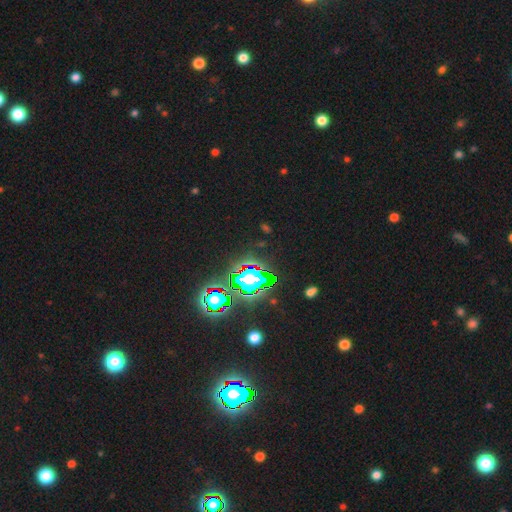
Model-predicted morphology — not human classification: Overall: star or artifact (82%).